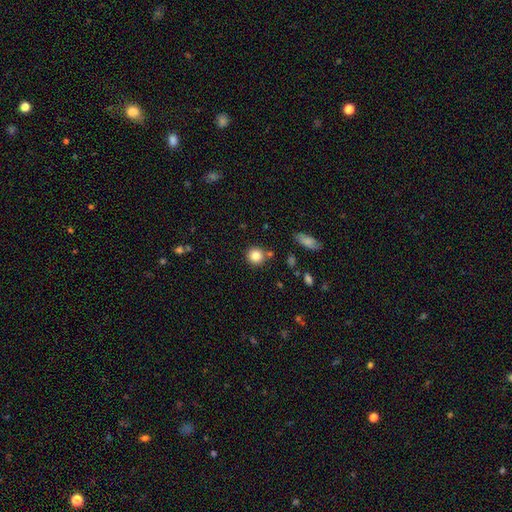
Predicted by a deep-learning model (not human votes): Smooth or featured: smooth — 84% (star or artifact — 10%)
How rounded: round — 92% (in between — 7%)
Merging: none — 83% (minor disturbance — 8%)